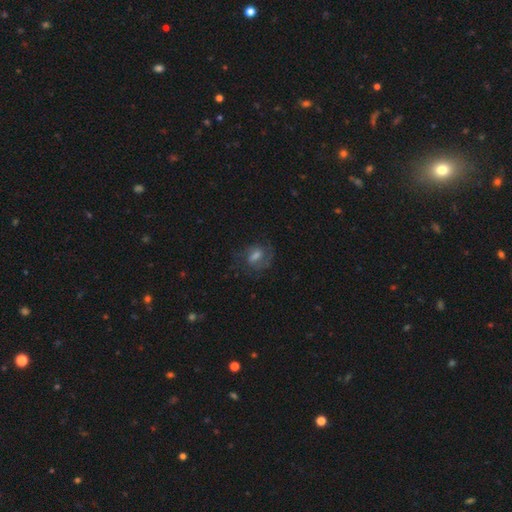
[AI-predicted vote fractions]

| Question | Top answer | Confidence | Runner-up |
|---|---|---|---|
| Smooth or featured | featured or disk | 57% | smooth (28%) |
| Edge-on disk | no | 95% | yes (5%) |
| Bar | weak | 50% | no (30%) |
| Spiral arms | yes | 85% | no (15%) |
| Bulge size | moderate | 41% | small (25%) |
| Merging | none | 67% | minor disturbance (18%) |